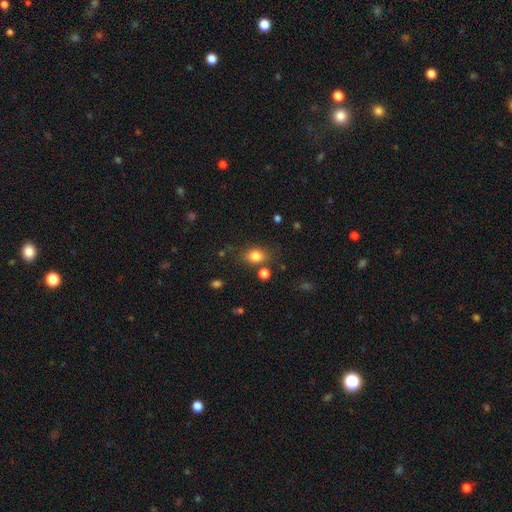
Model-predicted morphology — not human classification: Smooth or featured? Predicted: smooth (p=0.81). How rounded? Predicted: in between (p=0.60). Merging? Predicted: none (p=0.74).